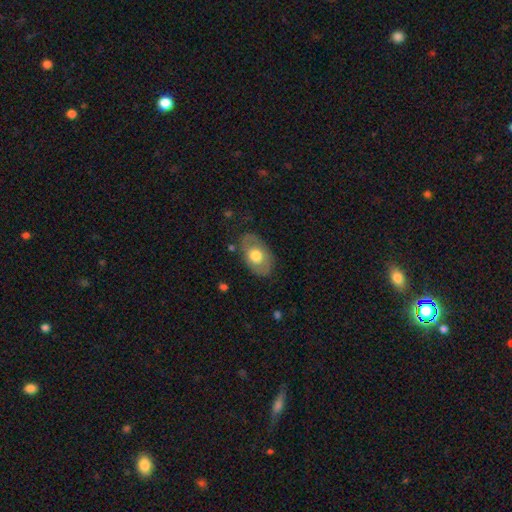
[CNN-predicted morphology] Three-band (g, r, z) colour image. It shows a smooth galaxy with no disk features (60%) that is in between round and cigar-shaped (89%). Merging: none (77%).